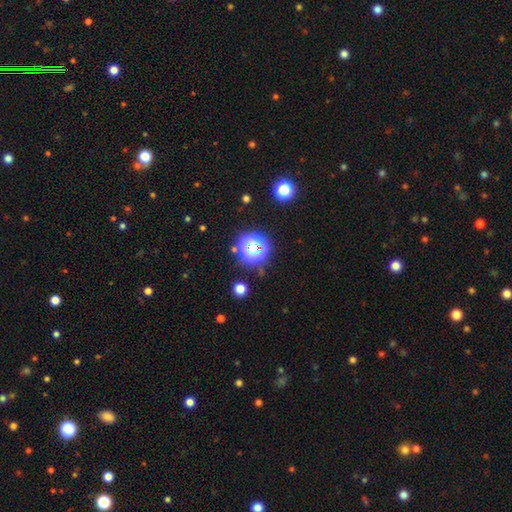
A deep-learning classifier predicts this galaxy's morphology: A star or artifact, not a galaxy (72%).

Vote fractions:
- Smooth or featured? star or artifact: 72% / smooth: 21% / featured or disk: 6%